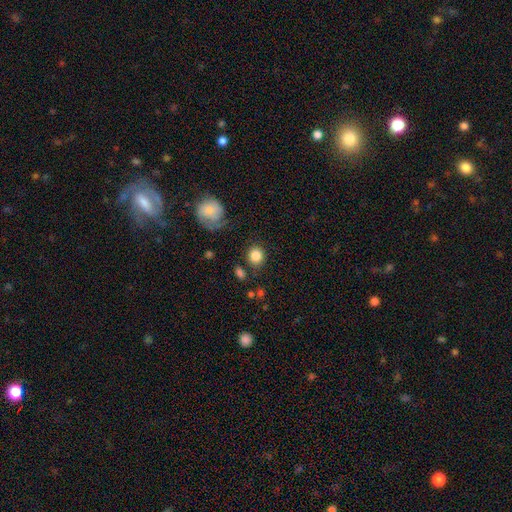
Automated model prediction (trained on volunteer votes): Q: Smooth or featured?
A: smooth (85%); runner-up: star or artifact (8%)
Q: How rounded?
A: round (81%); runner-up: in between (18%)
Q: Merging?
A: none (79%); runner-up: minor disturbance (11%)